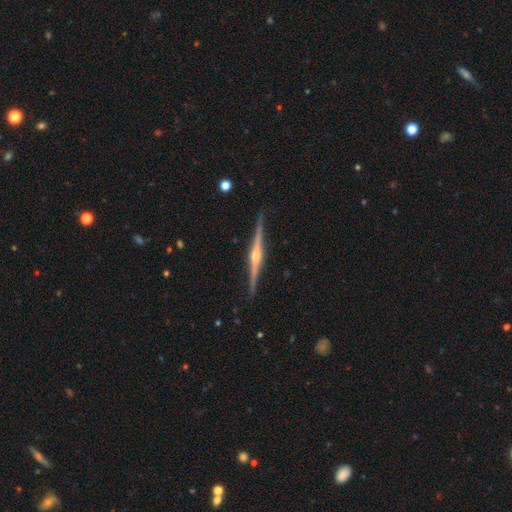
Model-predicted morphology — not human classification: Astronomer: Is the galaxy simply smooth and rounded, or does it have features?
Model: featured or disk — 84%.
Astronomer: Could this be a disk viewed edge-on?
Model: yes — 99%.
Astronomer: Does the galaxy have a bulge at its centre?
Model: rounded — 87%.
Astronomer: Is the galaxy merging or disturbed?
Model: none — 90%.